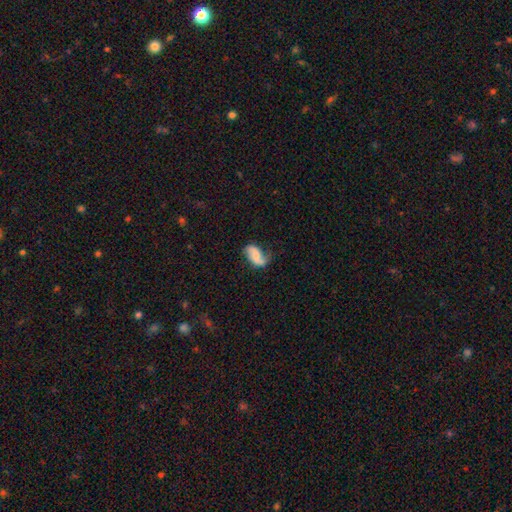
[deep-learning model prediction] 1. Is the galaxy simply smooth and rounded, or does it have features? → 66% featured or disk, 27% smooth, 7% star or artifact.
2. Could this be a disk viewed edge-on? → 97% no, 3% yes.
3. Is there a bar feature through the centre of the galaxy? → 52% no, 35% weak, 12% strong.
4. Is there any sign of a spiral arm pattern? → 92% yes, 8% no.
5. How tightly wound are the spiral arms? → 63% loose, 27% medium, 10% tight.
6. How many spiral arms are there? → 81% 2, 13% 1, 4% can't tell, 1% 3, 1% 4, 1% more than 4.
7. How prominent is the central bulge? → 40% small, 34% moderate, 18% none, 6% large, 2% dominant.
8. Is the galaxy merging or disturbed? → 54% none, 27% minor disturbance, 16% major disturbance, 3% merger.